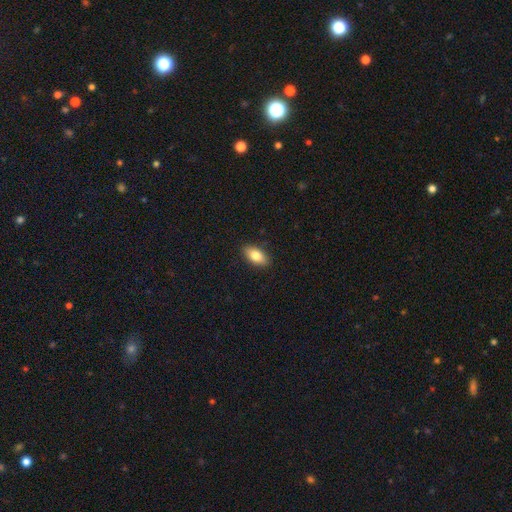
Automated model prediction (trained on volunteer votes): This appears to be a smooth galaxy with no disk features (81%) that is in between round and cigar-shaped (90%). Merging: none (89%).